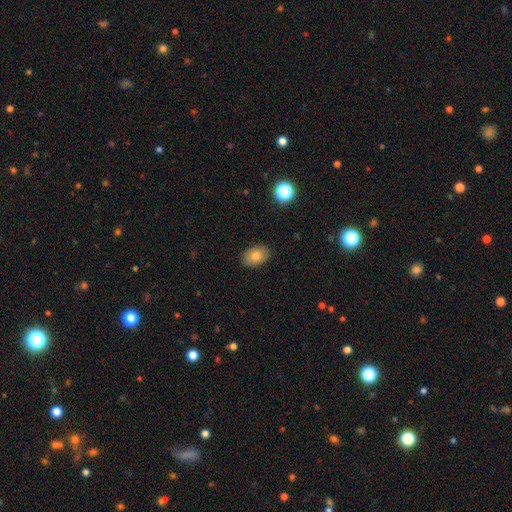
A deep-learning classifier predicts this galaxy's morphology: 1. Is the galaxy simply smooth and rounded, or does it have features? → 79% smooth, 12% featured or disk, 9% star or artifact.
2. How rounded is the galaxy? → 80% in between, 19% round, 1% cigar-shaped.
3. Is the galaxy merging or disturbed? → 88% none, 9% minor disturbance, 2% major disturbance, 1% merger.